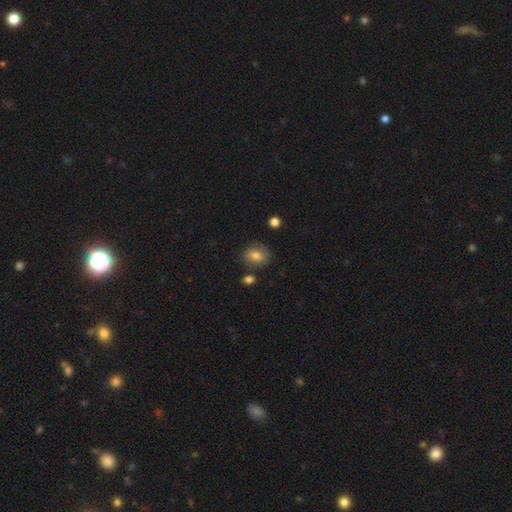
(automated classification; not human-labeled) Smooth or featured? Predicted: smooth (p=0.65). How rounded? Predicted: round (p=0.57). Merging? Predicted: none (p=0.73).